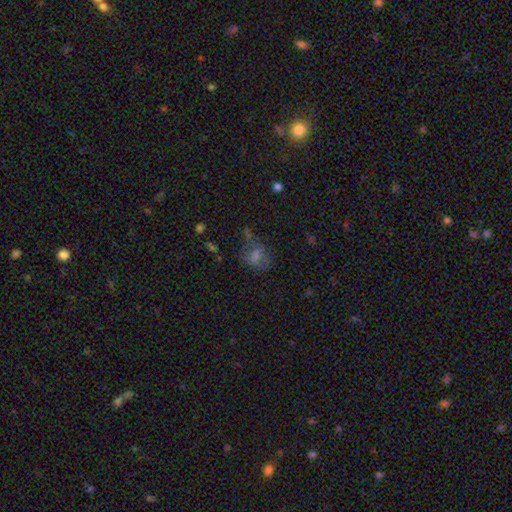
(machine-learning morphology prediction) Smooth or featured? smooth (49%)
Merging? none (52%)